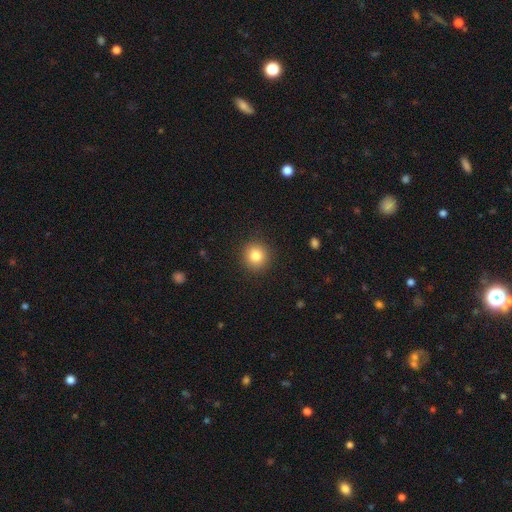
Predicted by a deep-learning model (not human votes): Smooth or featured? Predicted: smooth (p=0.83). How rounded? Predicted: round (p=0.91). Merging? Predicted: none (p=0.91).